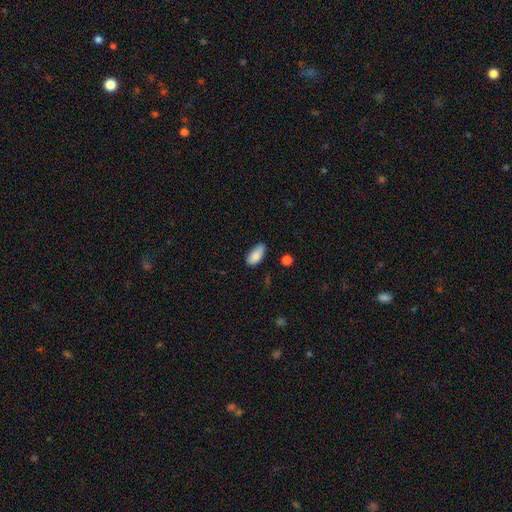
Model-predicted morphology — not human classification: A smooth galaxy with no disk features (85%) that is in between round and cigar-shaped (91%).

Vote fractions:
- Smooth or featured? smooth: 85% / featured or disk: 8% / star or artifact: 7%
- How rounded? in between: 91% / cigar-shaped: 7% / round: 2%
- Merging? none: 76% / minor disturbance: 20% / major disturbance: 3% / merger: 2%